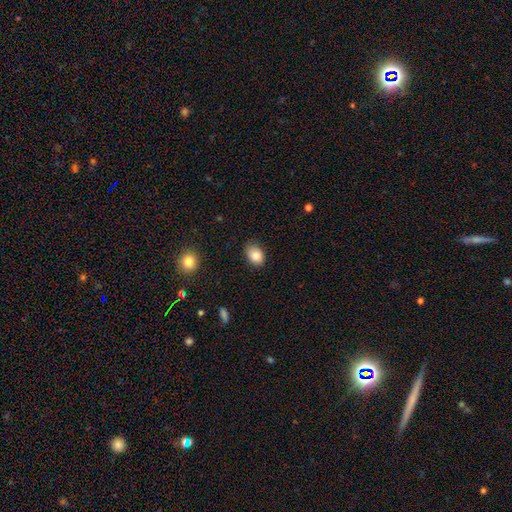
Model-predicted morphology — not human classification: Smooth or featured?
  - smooth: 84% *
  - star or artifact: 8%
  - featured or disk: 8%
How rounded?
  - in between: 76% *
  - round: 23%
  - cigar-shaped: 1%
Merging?
  - none: 83% *
  - minor disturbance: 13%
  - major disturbance: 2%
  - merger: 1%